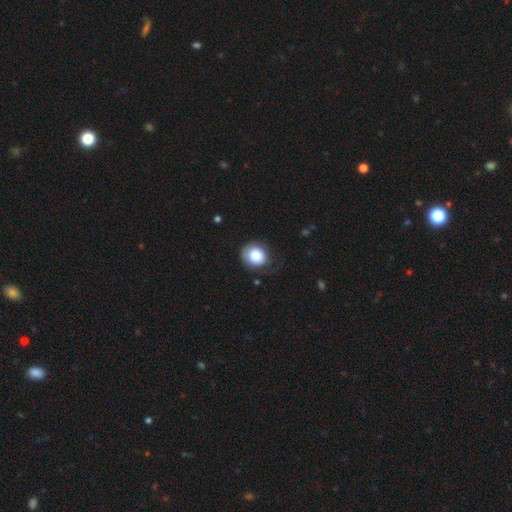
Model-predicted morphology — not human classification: A smooth galaxy with no disk features (83%) that is round (78%).

Vote fractions:
- Smooth or featured? smooth: 83% / featured or disk: 9% / star or artifact: 8%
- How rounded? round: 78% / in between: 21% / cigar-shaped: 1%
- Merging? none: 62% / minor disturbance: 25% / major disturbance: 12% / merger: 2%